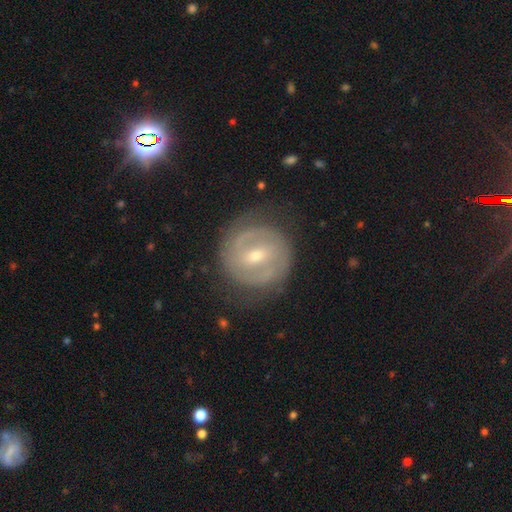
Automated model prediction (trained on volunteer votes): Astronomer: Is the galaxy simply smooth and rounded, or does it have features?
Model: featured or disk — 79%.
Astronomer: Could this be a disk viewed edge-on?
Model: no — 96%.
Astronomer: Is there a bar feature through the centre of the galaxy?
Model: weak — 50% (runner-up: strong, 32%).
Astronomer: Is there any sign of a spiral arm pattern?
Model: yes — 81%.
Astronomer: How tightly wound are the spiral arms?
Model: tight — 60%.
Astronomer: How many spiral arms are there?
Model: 2 — 70%.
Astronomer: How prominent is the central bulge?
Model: small — 49% (runner-up: moderate, 48%).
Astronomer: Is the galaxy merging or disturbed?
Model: none — 80%.